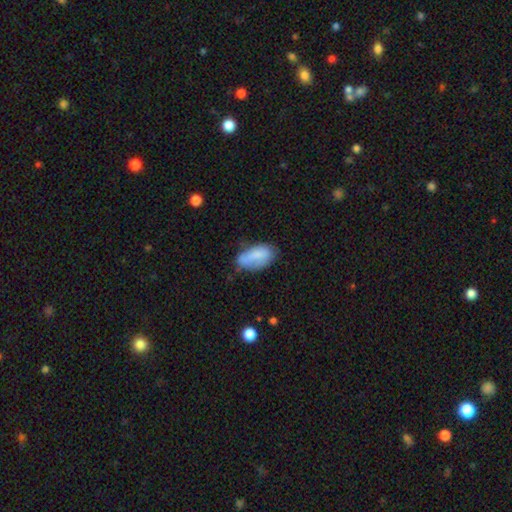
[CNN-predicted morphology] A smooth galaxy with no disk features (76%) that is in between round and cigar-shaped (92%). Merging: none (55%).